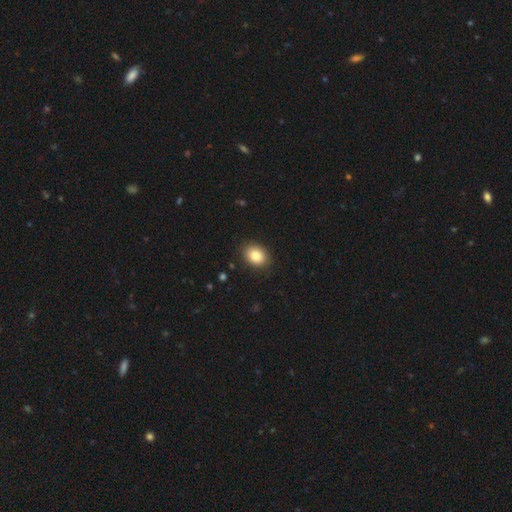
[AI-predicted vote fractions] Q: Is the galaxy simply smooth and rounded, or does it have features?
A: smooth — 86%.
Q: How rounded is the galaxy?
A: in between — 59%.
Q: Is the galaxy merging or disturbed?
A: none — 86%.